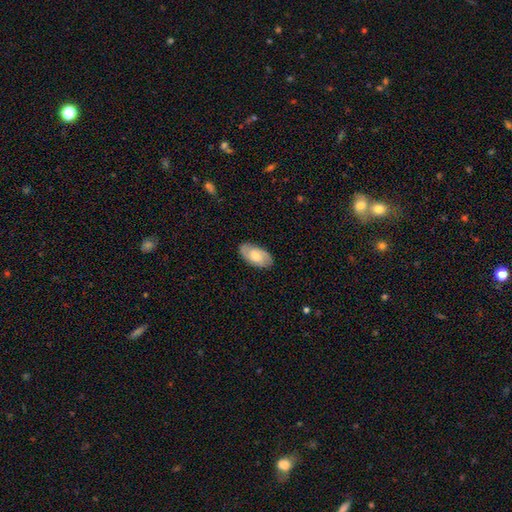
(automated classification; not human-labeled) Smooth or featured: featured or disk — 51% (smooth — 43%)
Edge-on disk: no — 93% (yes — 7%)
Merging: none — 83% (minor disturbance — 13%)